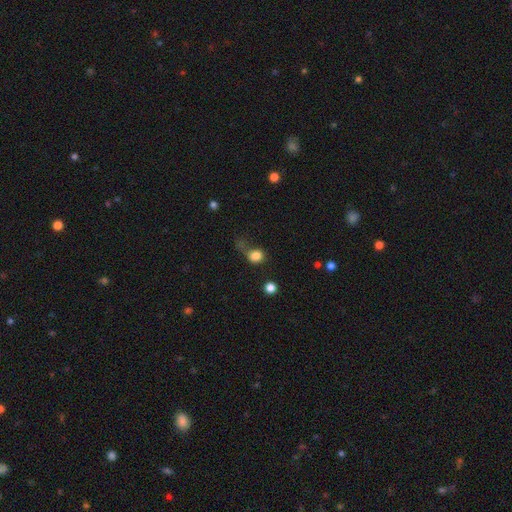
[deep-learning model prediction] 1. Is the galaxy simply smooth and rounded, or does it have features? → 81% smooth, 12% star or artifact, 8% featured or disk.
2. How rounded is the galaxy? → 72% round, 27% in between, 1% cigar-shaped.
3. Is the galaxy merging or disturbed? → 38% none, 29% major disturbance, 21% minor disturbance, 13% merger.